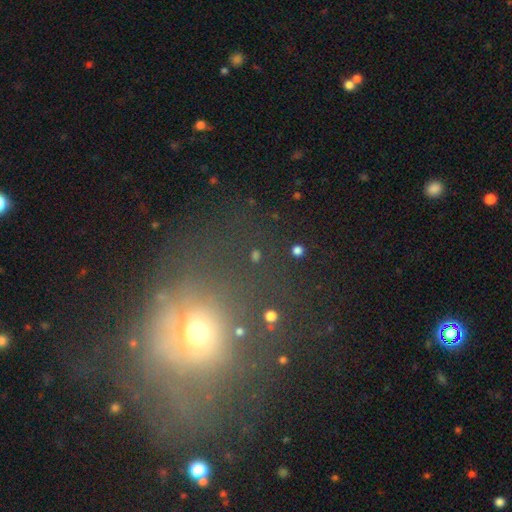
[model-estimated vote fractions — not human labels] Q: Smooth or featured?
A: smooth (46%); runner-up: star or artifact (39%)
Q: Merging?
A: none (76%); runner-up: minor disturbance (10%)